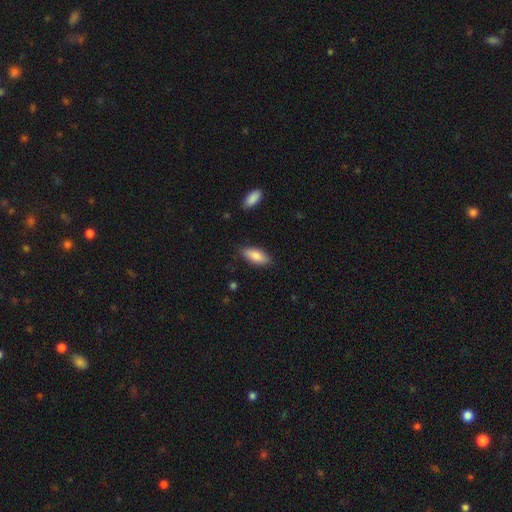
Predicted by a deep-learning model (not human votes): Smooth or featured? smooth (84%)
How rounded? in between (81%)
Merging? none (83%)